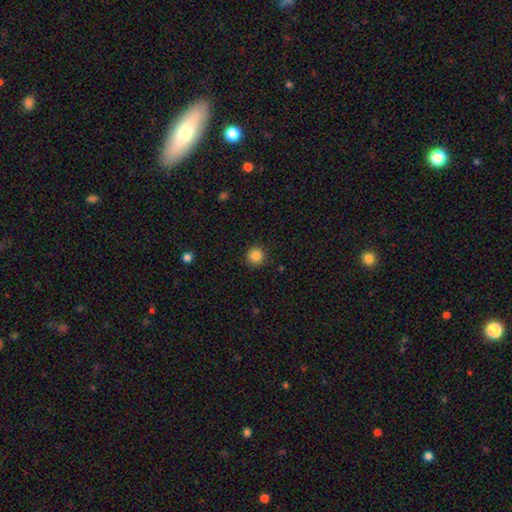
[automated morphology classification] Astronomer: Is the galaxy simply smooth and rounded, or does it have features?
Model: smooth — 85%.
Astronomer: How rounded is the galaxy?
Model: round — 95%.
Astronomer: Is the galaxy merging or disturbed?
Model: none — 90%.